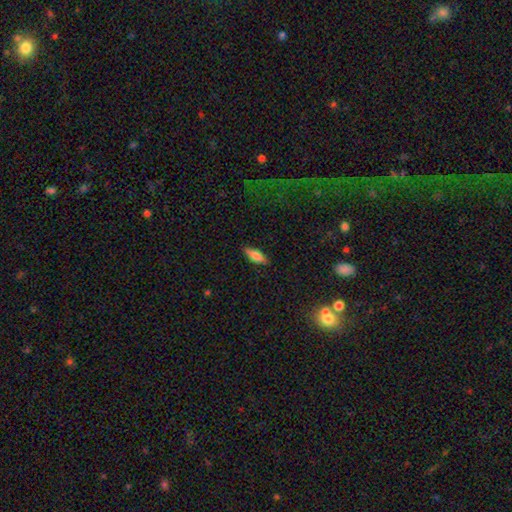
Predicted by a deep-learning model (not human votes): The model was most divided on "how rounded": in between: 65%, cigar-shaped: 33%, round: 2%. More confident: merging — none (83%); smooth or featured — smooth (74%).